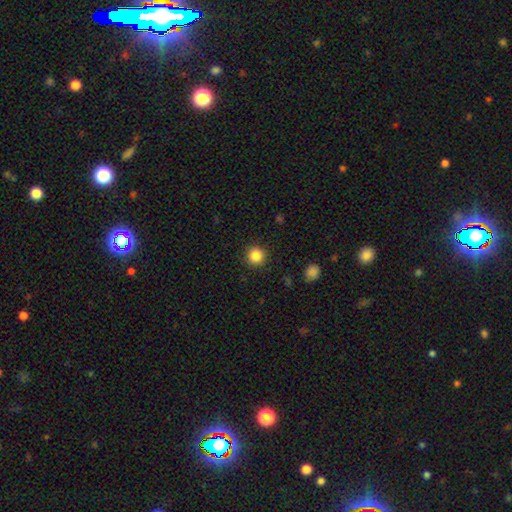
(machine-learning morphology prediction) The model was most divided on "smooth or featured": smooth: 85%, star or artifact: 11%, featured or disk: 4%. More confident: how rounded — round (95%); merging — none (91%).